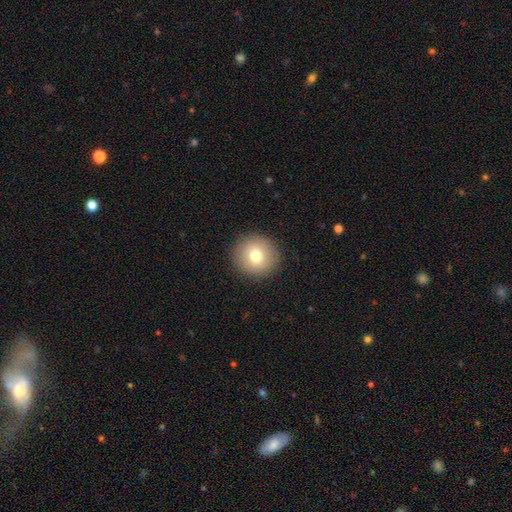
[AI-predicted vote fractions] A smooth galaxy with no disk features (76%) that is round (94%).

Vote fractions:
- Smooth or featured? smooth: 76% / featured or disk: 13% / star or artifact: 10%
- How rounded? round: 94% / in between: 5% / cigar-shaped: 1%
- Merging? none: 91% / minor disturbance: 6% / major disturbance: 2% / merger: 1%